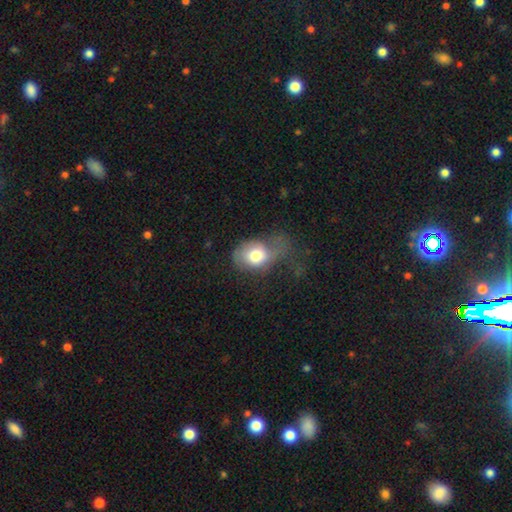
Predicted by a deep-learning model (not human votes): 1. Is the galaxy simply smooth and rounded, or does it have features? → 71% smooth, 21% featured or disk, 7% star or artifact.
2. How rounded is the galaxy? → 60% in between, 39% round, 1% cigar-shaped.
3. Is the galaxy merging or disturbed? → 46% major disturbance, 29% minor disturbance, 21% none, 3% merger.